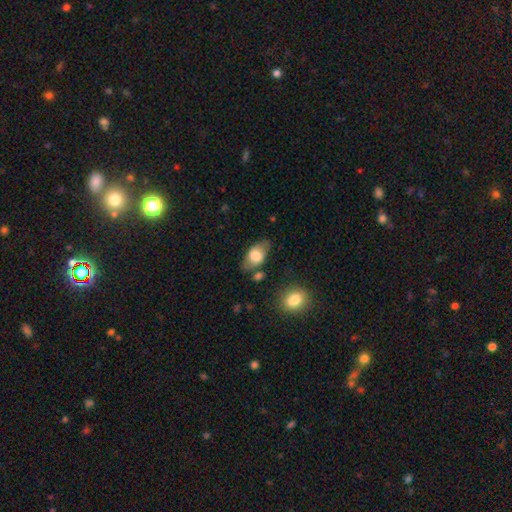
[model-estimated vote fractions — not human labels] Morphology: type=smooth (71%); roundness=in between (90%); merging=none (68%).